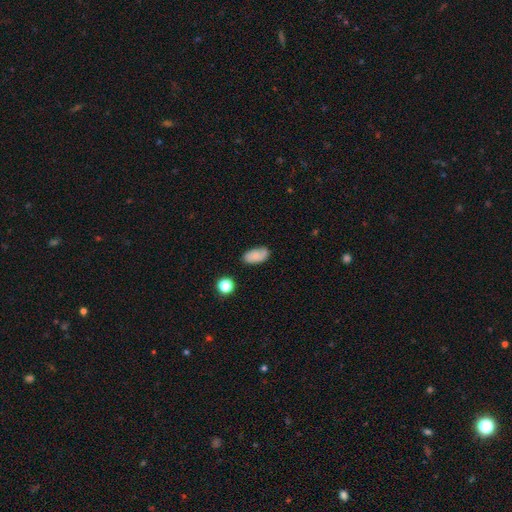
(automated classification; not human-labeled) Overall: smooth (73%). How rounded: in between (92%). Merging: none (75%).